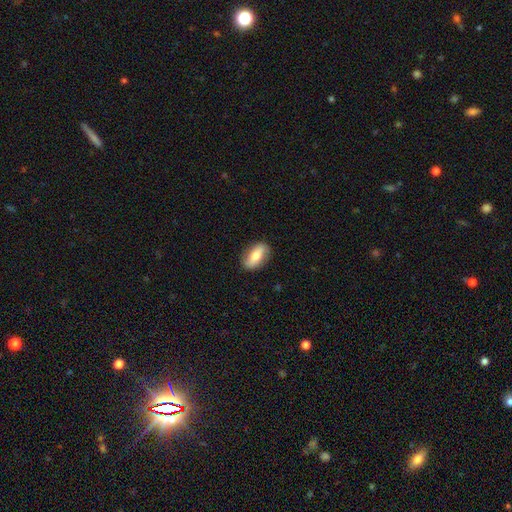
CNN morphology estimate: smooth-or-featured: smooth: 55% | featured or disk: 38% | star or artifact: 6%
  how-rounded: in between: 85% | cigar-shaped: 8% | round: 7%
  merging: none: 85% | minor disturbance: 11% | major disturbance: 3% | merger: 1%